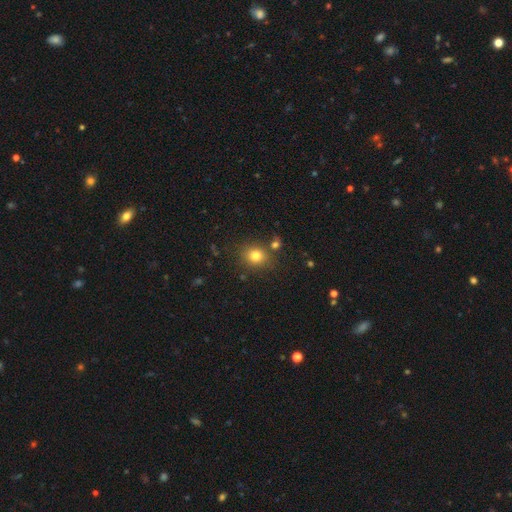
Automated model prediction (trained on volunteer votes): This appears to be a smooth galaxy with no disk features (79%) that is round (77%). Merging: none (79%).